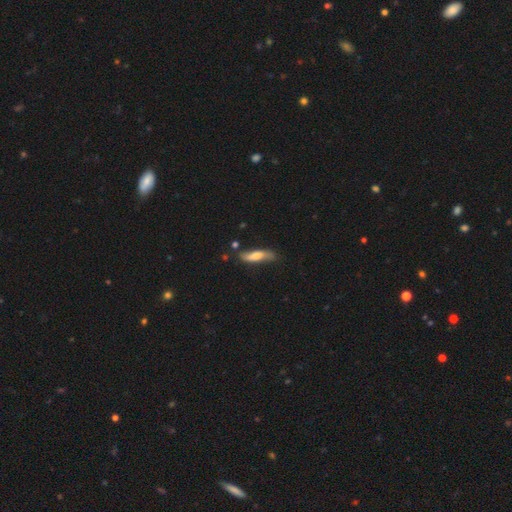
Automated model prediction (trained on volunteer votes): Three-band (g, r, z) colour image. It shows a smooth galaxy with no disk features (57%) that is cigar-shaped (71%). Merging: none (68%).